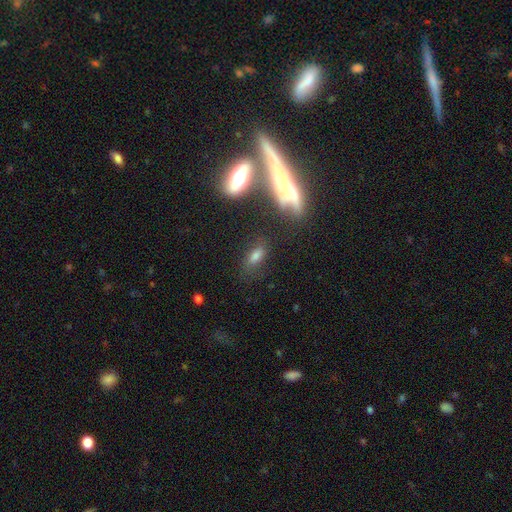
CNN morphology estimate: This is likely a smooth galaxy (65%). How rounded: likely in between (73%). Merging: possibly none (58%).